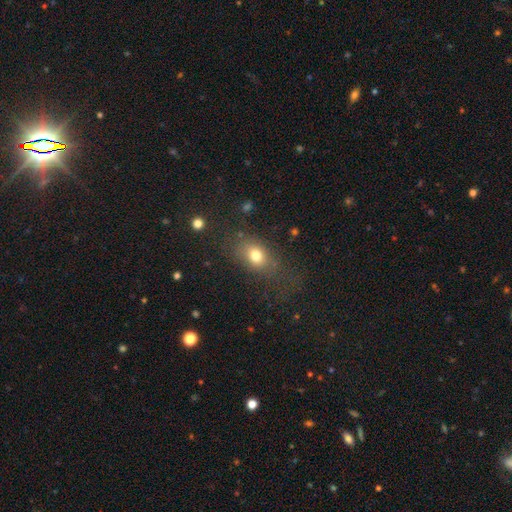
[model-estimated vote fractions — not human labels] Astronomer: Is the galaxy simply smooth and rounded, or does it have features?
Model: smooth — 76%.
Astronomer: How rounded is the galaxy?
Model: in between — 69%.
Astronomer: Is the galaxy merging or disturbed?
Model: none — 60%.